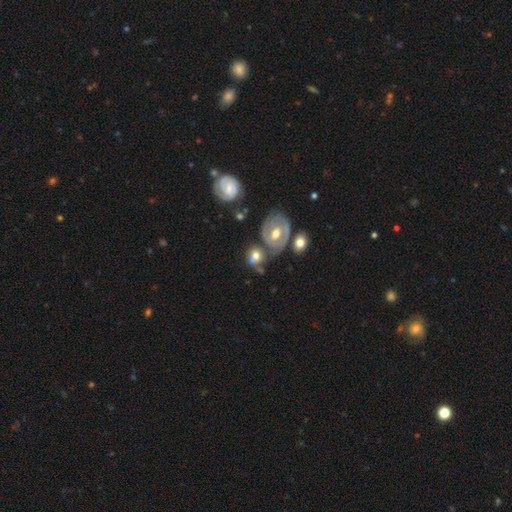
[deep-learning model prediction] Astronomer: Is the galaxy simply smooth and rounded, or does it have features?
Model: smooth — 52% (runner-up: featured or disk, 39%).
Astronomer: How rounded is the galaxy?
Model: round — 62%.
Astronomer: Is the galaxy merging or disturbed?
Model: none — 41% (runner-up: merger, 34%).